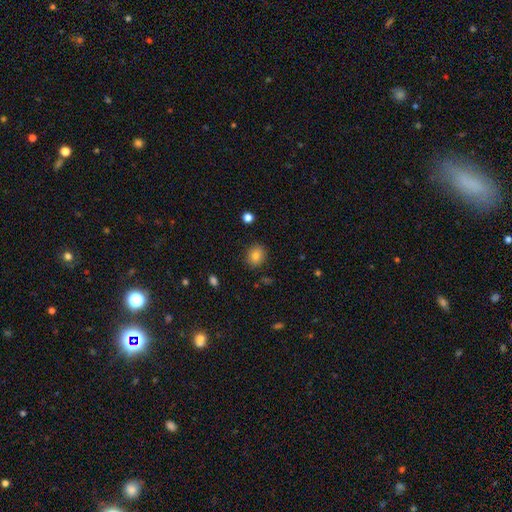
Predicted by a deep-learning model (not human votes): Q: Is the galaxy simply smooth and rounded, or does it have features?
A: smooth — 82%.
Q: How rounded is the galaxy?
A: round — 67%.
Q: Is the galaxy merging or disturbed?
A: none — 88%.